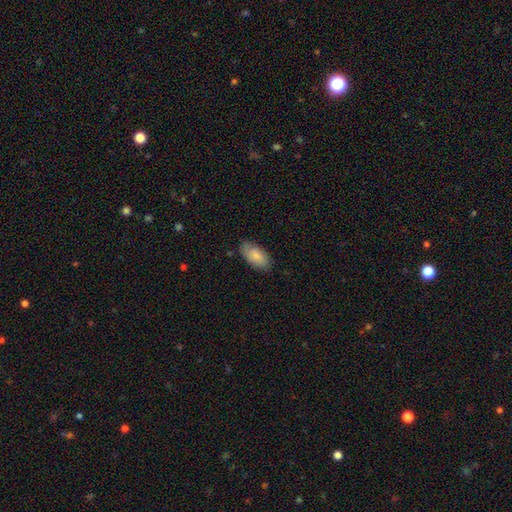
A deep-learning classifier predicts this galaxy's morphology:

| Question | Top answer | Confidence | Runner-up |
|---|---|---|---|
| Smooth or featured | smooth | 81% | featured or disk (13%) |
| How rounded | in between | 94% | cigar-shaped (4%) |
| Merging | none | 79% | minor disturbance (17%) |